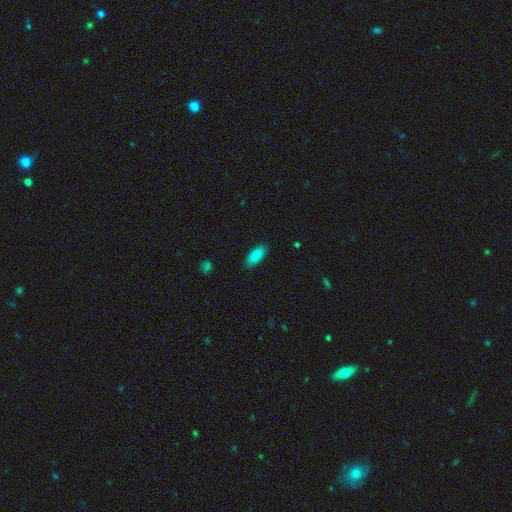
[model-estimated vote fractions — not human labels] A smooth galaxy with no disk features (83%) that is in between round and cigar-shaped (82%). Merging: none (88%).